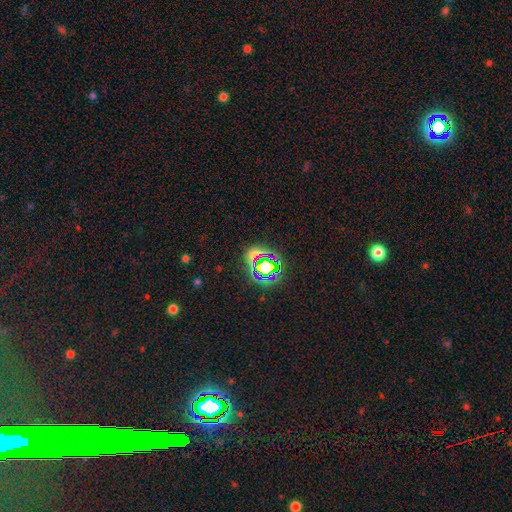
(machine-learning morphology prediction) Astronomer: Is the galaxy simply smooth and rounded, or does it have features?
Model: star or artifact — 58%.